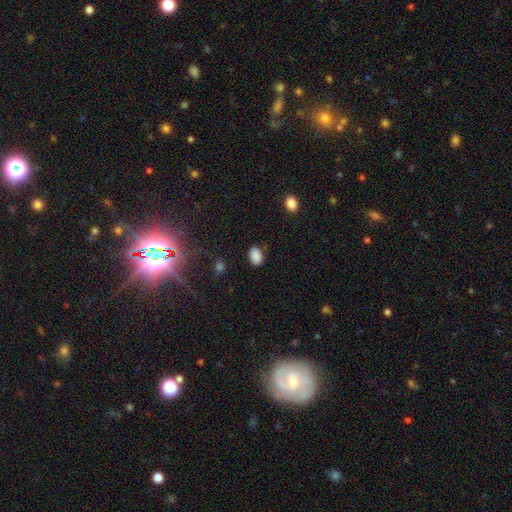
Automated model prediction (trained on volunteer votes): Q: Smooth or featured?
A: smooth (87%); runner-up: star or artifact (10%)
Q: How rounded?
A: in between (82%); runner-up: round (16%)
Q: Merging?
A: none (83%); runner-up: minor disturbance (13%)